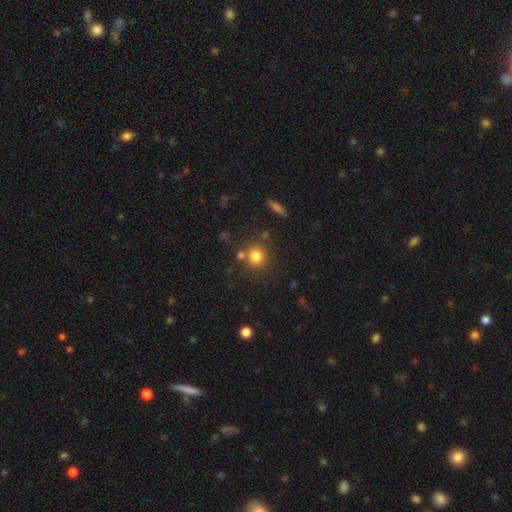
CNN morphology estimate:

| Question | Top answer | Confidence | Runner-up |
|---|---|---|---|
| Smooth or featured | smooth | 81% | star or artifact (12%) |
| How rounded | round | 88% | in between (11%) |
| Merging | none | 72% | merger (14%) |